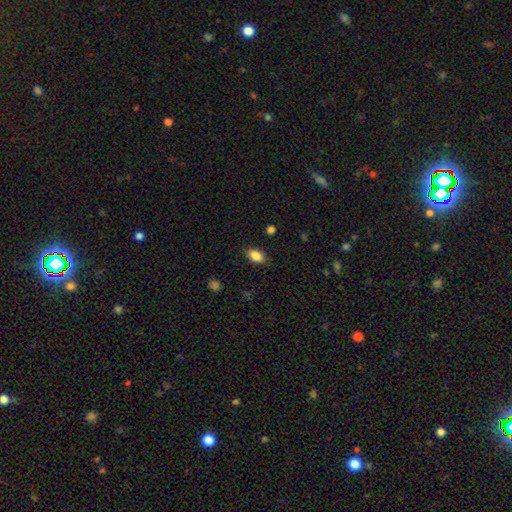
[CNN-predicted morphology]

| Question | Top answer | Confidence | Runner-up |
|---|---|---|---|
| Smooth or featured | smooth | 87% | star or artifact (8%) |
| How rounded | in between | 89% | round (9%) |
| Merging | none | 85% | minor disturbance (11%) |